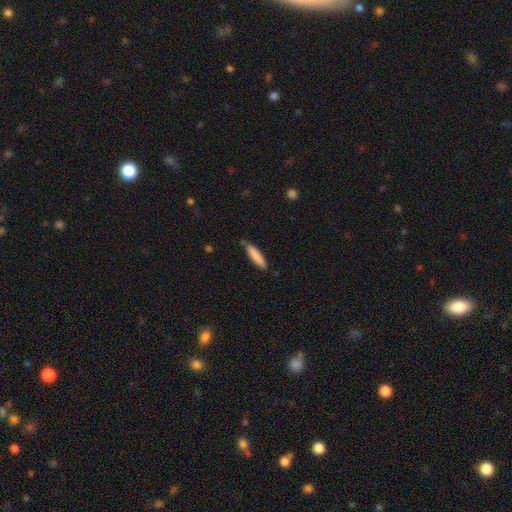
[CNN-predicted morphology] smooth_or_featured: smooth (p=0.84) [alt: featured or disk p=0.10]
how_rounded: cigar-shaped (p=0.82) [alt: in between p=0.17]
merging: none (p=0.81) [alt: minor disturbance p=0.14]